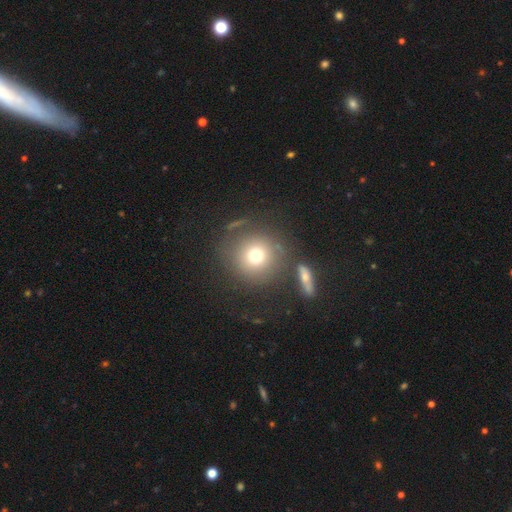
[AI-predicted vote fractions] A smooth galaxy with no disk features (73%) that is round (93%).

Vote fractions:
- Smooth or featured? smooth: 73% / star or artifact: 14% / featured or disk: 13%
- How rounded? round: 93% / in between: 6% / cigar-shaped: 1%
- Merging? none: 76% / minor disturbance: 10% / merger: 8% / major disturbance: 6%